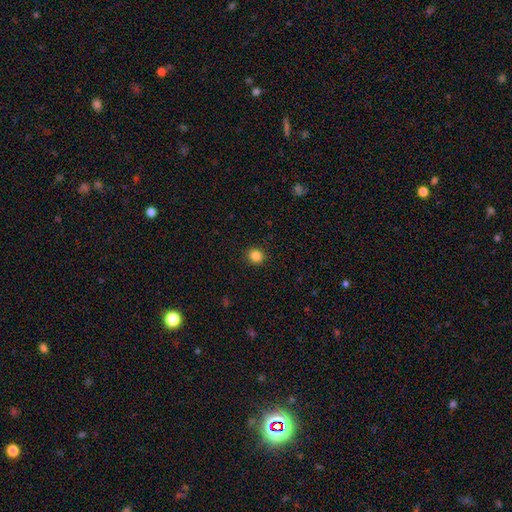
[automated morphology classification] Overall: smooth (86%). How rounded: round (87%). Merging: none (92%).